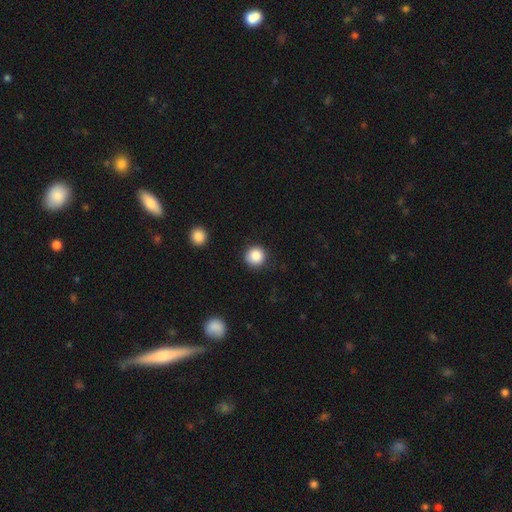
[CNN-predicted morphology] smooth_or_featured: smooth (p=0.87) [alt: star or artifact p=0.09]
how_rounded: round (p=0.94) [alt: in between p=0.05]
merging: none (p=0.88) [alt: minor disturbance p=0.08]